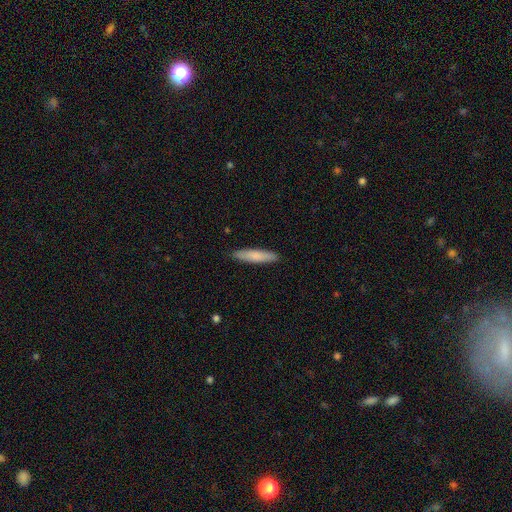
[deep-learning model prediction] Q: Smooth or featured?
A: smooth (78%); runner-up: featured or disk (17%)
Q: How rounded?
A: cigar-shaped (87%); runner-up: in between (12%)
Q: Merging?
A: none (90%); runner-up: minor disturbance (7%)